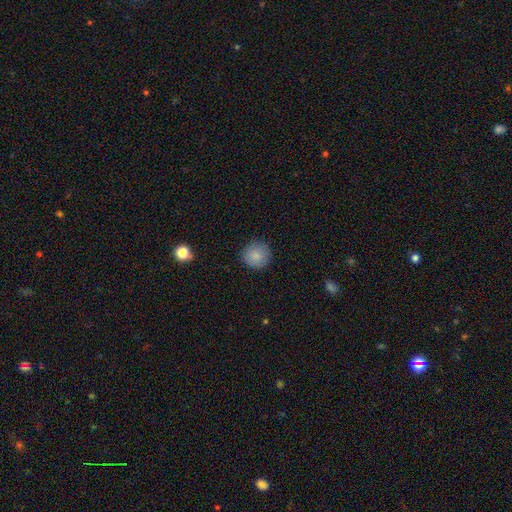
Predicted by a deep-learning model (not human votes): Morphology: type=smooth (85%); roundness=round (94%); merging=none (88%).